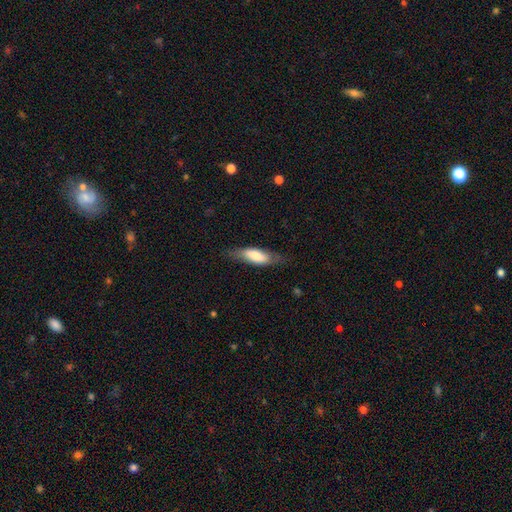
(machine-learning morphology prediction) A smooth galaxy with no disk features (71%) that is in between round and cigar-shaped (57%).

Vote fractions:
- Smooth or featured? smooth: 71% / featured or disk: 23% / star or artifact: 6%
- How rounded? in between: 57% / cigar-shaped: 41% / round: 2%
- Merging? none: 68% / minor disturbance: 22% / major disturbance: 8% / merger: 1%